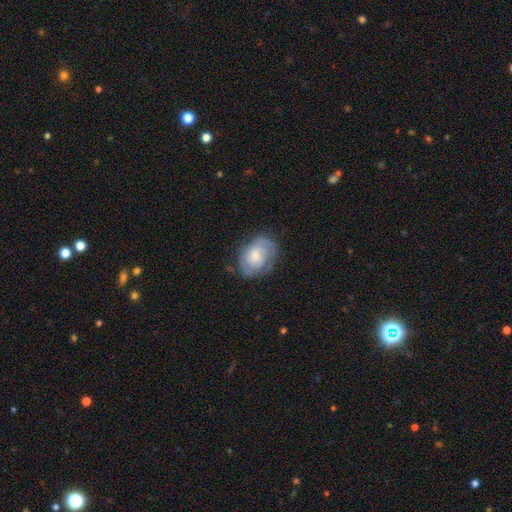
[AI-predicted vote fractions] smooth-or-featured: featured or disk: 54% | smooth: 39% | star or artifact: 7%
  disk-edge-on: no: 97% | yes: 3%
    bar: no: 75% | weak: 22% | strong: 3%
    has-spiral-arms: yes: 78% | no: 22%
    bulge-size: moderate: 48% | small: 29% | large: 15% | none: 6% | dominant: 2%
  merging: none: 65% | minor disturbance: 24% | major disturbance: 10% | merger: 1%